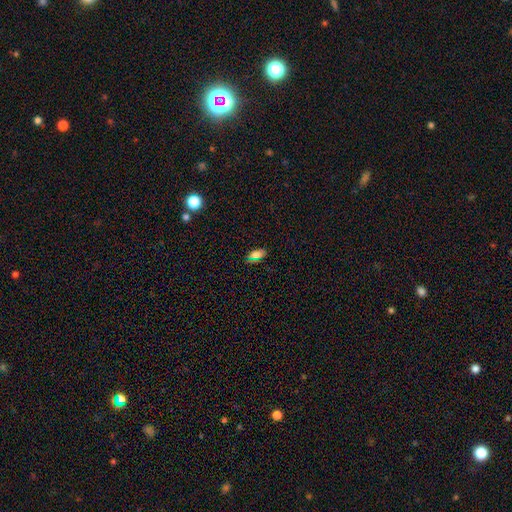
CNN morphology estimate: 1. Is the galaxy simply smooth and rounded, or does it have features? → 68% smooth, 22% star or artifact, 10% featured or disk.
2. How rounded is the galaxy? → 87% in between, 7% cigar-shaped, 6% round.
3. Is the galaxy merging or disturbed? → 84% none, 11% minor disturbance, 3% major disturbance, 2% merger.